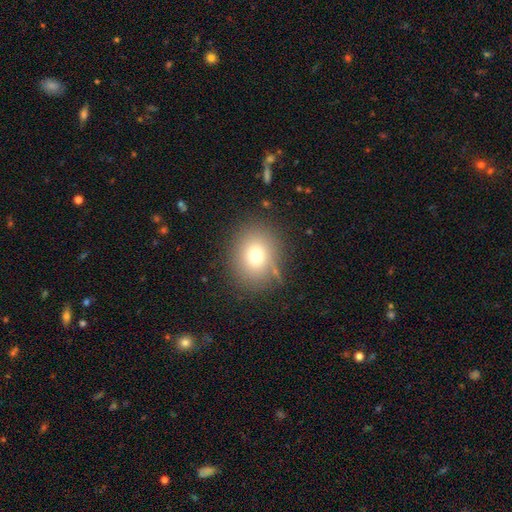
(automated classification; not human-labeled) Morphology: type=smooth (73%); roundness=round (63%); merging=none (82%).